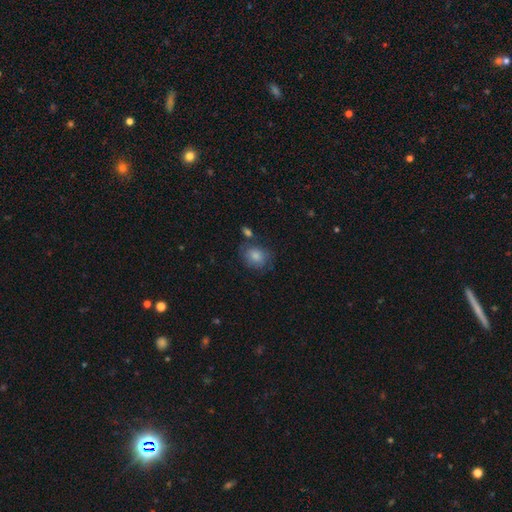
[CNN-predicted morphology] smooth-or-featured: smooth: 79% | featured or disk: 13% | star or artifact: 8%
  how-rounded: in between: 55% | round: 43% | cigar-shaped: 1%
  merging: none: 63% | minor disturbance: 20% | merger: 9% | major disturbance: 8%